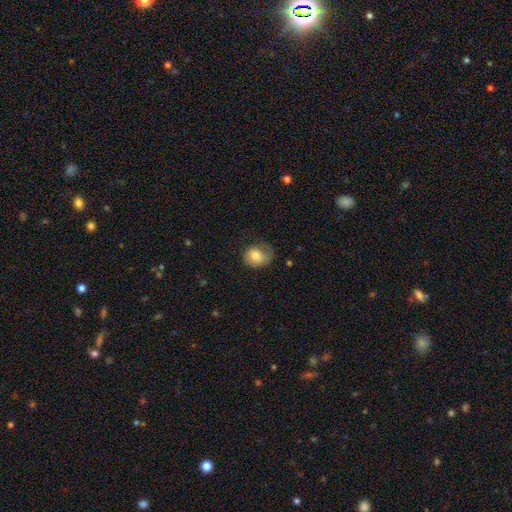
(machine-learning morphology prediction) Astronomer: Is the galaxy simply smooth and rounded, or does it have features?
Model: smooth — 75%.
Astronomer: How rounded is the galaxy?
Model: round — 60% (runner-up: in between, 39%).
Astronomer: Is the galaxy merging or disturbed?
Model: none — 50% (runner-up: minor disturbance, 30%).